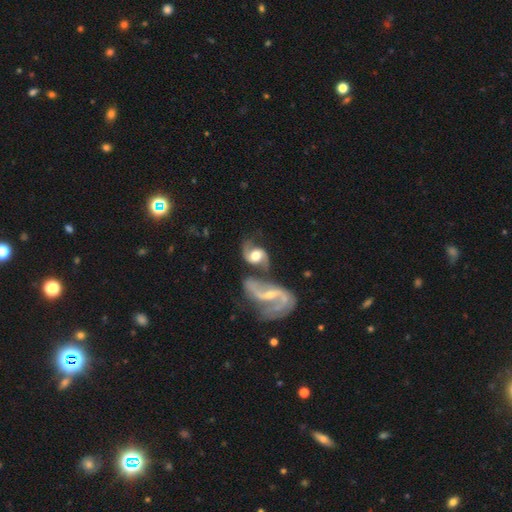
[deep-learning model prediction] A featured or disk galaxy (79%) with no bar (41%, tied with weak), 2 (88%) loose (50%) spiral arms (92%) and a moderate central bulge (51%).

Vote fractions:
- Smooth or featured? featured or disk: 79% / smooth: 15% / star or artifact: 6%
- Edge-on disk? no: 96% / yes: 4%
- Bar? no: 41% (tied) / weak: 41% (tied) / strong: 18%
- Spiral arms? yes: 92% / no: 8%
- Spiral winding? loose: 50% / medium: 41% / tight: 9%
- Spiral arm count? 2: 88% / 1: 6% / can't tell: 3% / 3: 1% / 4: 1% / more than 4: 1%
- Bulge size? moderate: 51% / large: 29% / small: 14% / dominant: 3% / none: 3%
- Merging? merger: 43% / none: 33% / minor disturbance: 13% / major disturbance: 11%